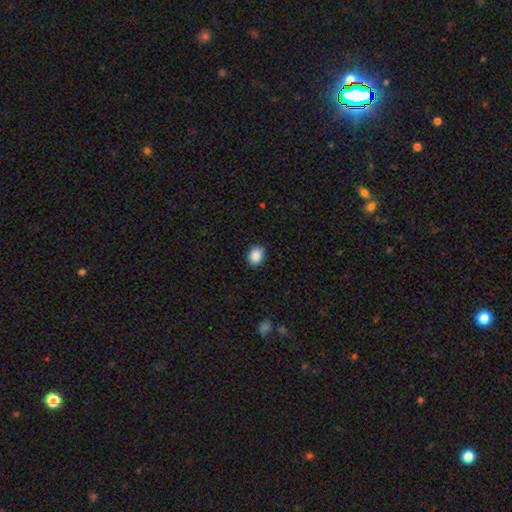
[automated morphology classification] smooth 88%, star or artifact 9%, featured or disk 3%. Down the decision tree: how rounded — round (55%); merging — none (81%).